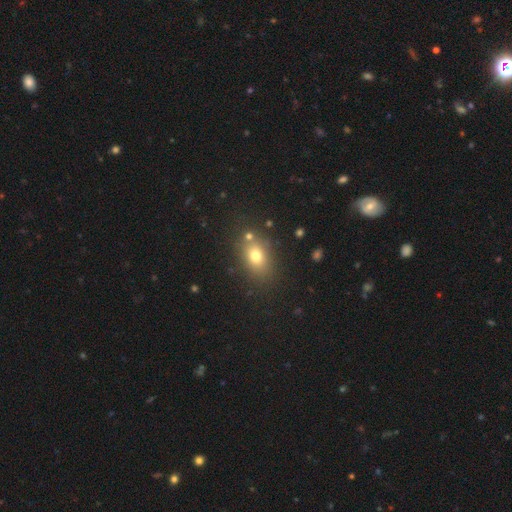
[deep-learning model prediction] smooth-or-featured: smooth: 75% | star or artifact: 13% | featured or disk: 12%
  how-rounded: in between: 71% | round: 27% | cigar-shaped: 2%
  merging: none: 77% | minor disturbance: 11% | merger: 8% | major disturbance: 4%